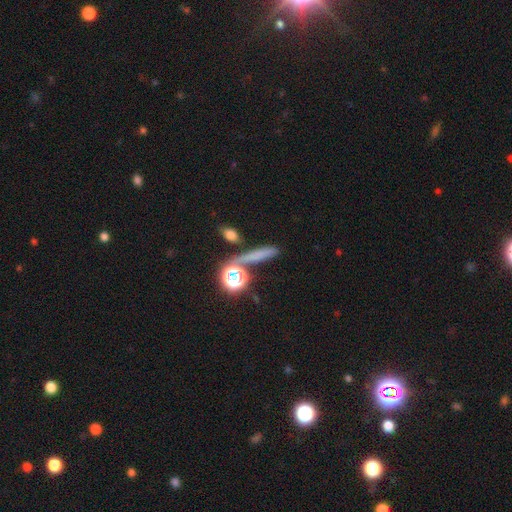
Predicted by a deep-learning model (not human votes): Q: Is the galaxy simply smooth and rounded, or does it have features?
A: smooth — 57%.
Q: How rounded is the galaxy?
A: cigar-shaped — 59%.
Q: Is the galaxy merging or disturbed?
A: none — 67%.